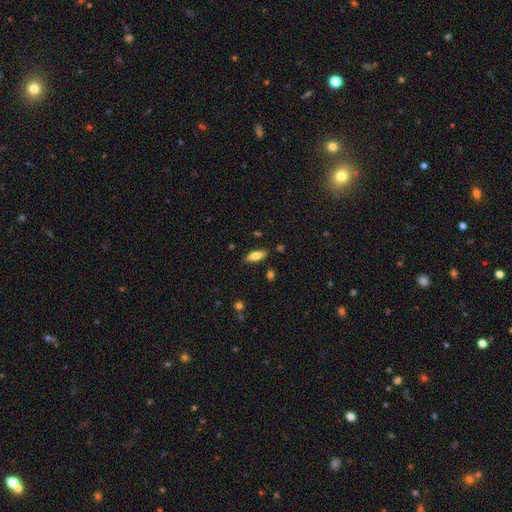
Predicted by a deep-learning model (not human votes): smooth 73%, featured or disk 20%, star or artifact 7%. Down the decision tree: how rounded — in between (66%); merging — none (85%).